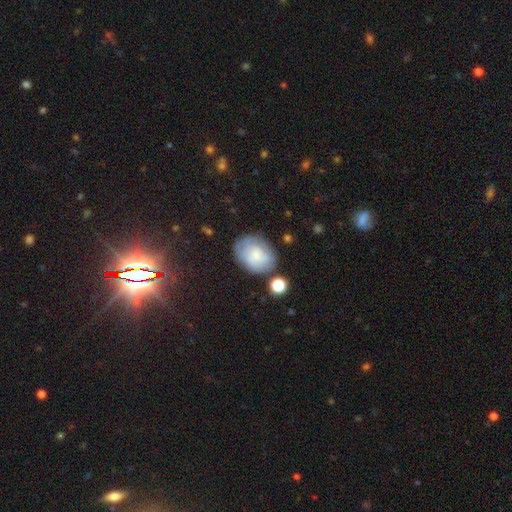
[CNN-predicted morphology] Overall: smooth (59%; featured or disk 30%). How rounded: in between (56%; round 43%). Merging: none (61%; minor disturbance 23%).